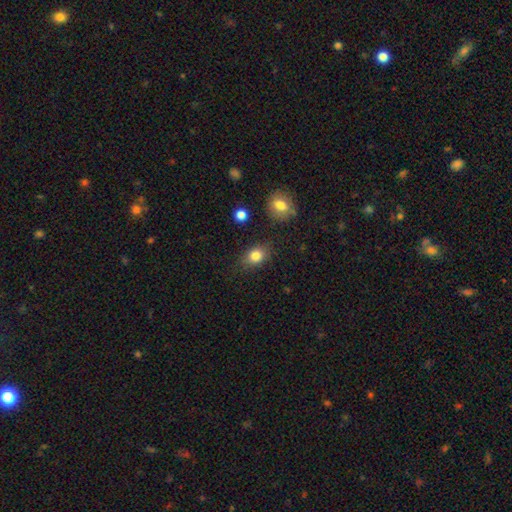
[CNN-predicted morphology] smooth_or_featured: smooth (p=0.83) [alt: star or artifact p=0.10]
how_rounded: in between (p=0.62) [alt: round p=0.36]
merging: none (p=0.79) [alt: minor disturbance p=0.15]